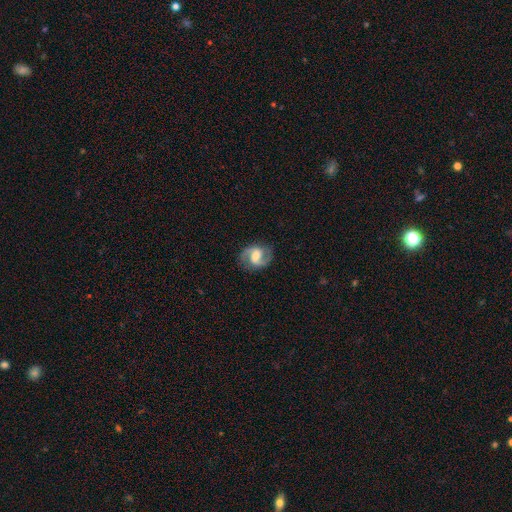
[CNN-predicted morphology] Smooth or featured: featured or disk — 87% (smooth — 8%)
Edge-on disk: no — 98% (yes — 2%)
Bar: weak — 53% (no — 24%)
Spiral arms: yes — 97% (no — 3%)
Spiral winding: medium — 57% (loose — 27%)
Spiral arm count: 2 — 93% (can't tell — 2%)
Bulge size: moderate — 55% (small — 22%)
Merging: none — 84% (minor disturbance — 11%)